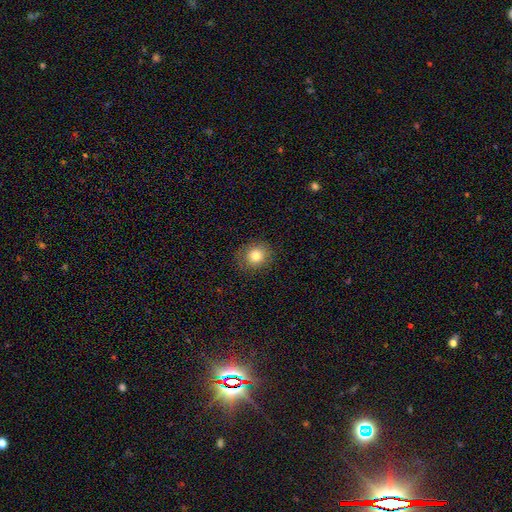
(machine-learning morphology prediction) A smooth galaxy with no disk features (80%) that is round (81%). Merging: none (87%).